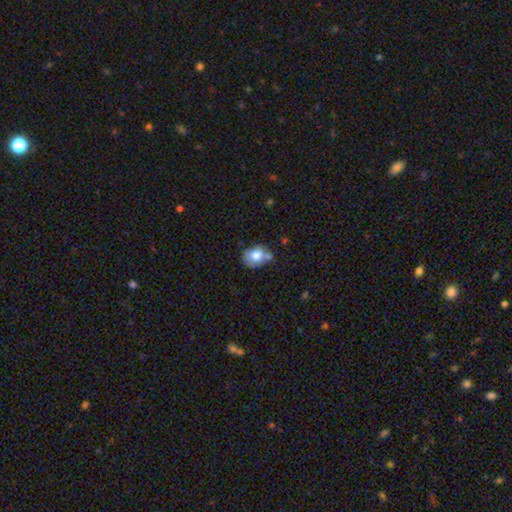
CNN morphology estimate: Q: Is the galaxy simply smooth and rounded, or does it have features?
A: smooth — 74%.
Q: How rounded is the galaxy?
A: round — 50%.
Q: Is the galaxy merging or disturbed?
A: none — 49%.